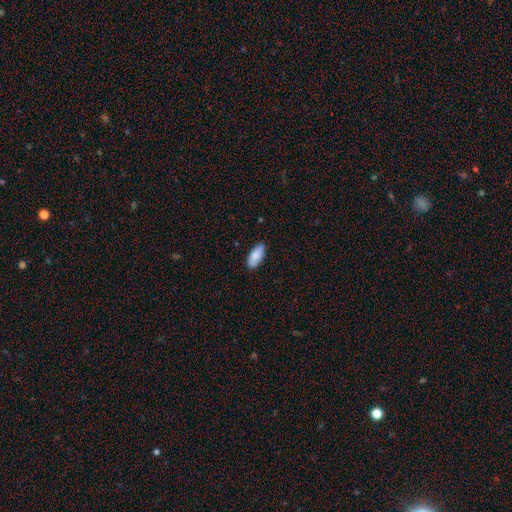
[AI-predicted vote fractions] Smooth or featured: smooth — 85% (featured or disk — 9%)
How rounded: in between — 85% (cigar-shaped — 13%)
Merging: none — 85% (minor disturbance — 12%)